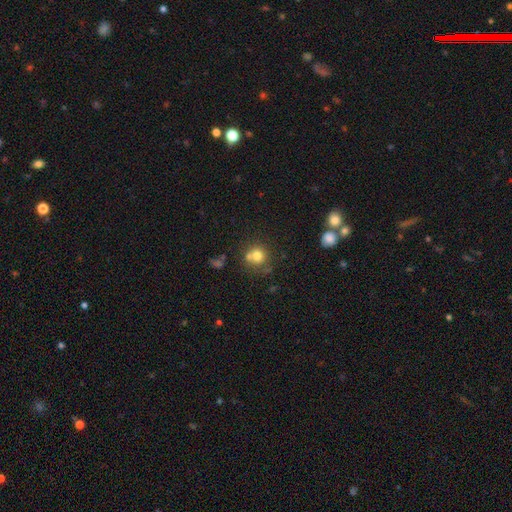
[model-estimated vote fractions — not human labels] Overall: smooth (74%). How rounded: round (88%). Merging: none (54%; merger 29%).